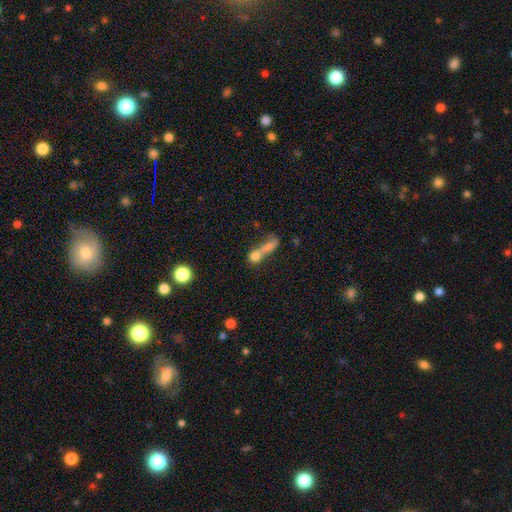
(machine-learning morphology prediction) A smooth galaxy with no disk features (68%) that is round (39%). Merging: merger (57%).